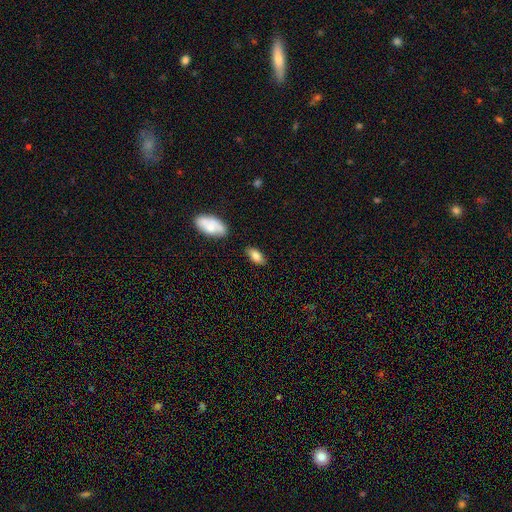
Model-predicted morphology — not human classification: A smooth galaxy with no disk features (80%) that is in between round and cigar-shaped (90%).

Vote fractions:
- Smooth or featured? smooth: 80% / featured or disk: 12% / star or artifact: 7%
- How rounded? in between: 90% / cigar-shaped: 7% / round: 3%
- Merging? none: 82% / minor disturbance: 13% / merger: 3% / major disturbance: 3%